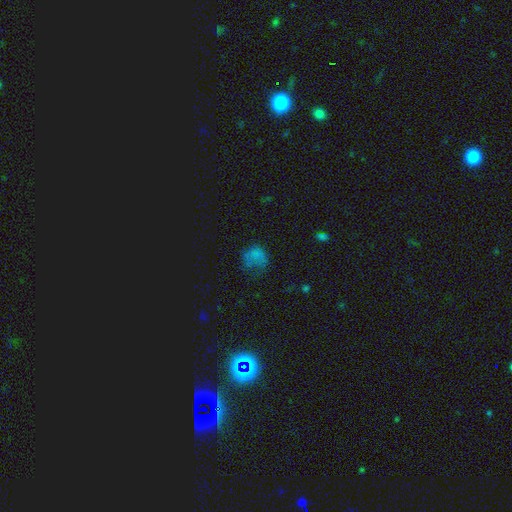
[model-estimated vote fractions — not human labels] Q: Smooth or featured?
A: smooth (63%); runner-up: star or artifact (19%)
Q: How rounded?
A: round (60%); runner-up: in between (38%)
Q: Merging?
A: major disturbance (37%); runner-up: none (36%)